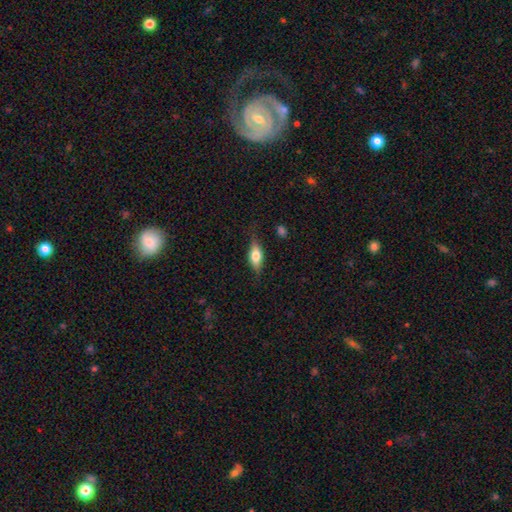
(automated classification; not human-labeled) Smooth or featured? smooth (62%)
How rounded? in between (70%)
Merging? none (76%)